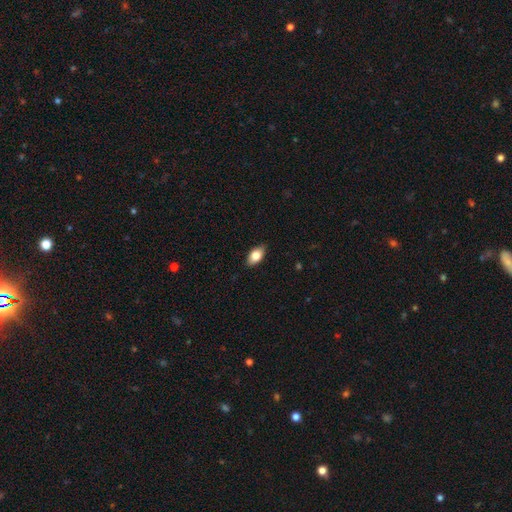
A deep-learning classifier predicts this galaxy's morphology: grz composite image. It shows a smooth galaxy with no disk features (79%) that is in between round and cigar-shaped (89%). Merging: none (86%).